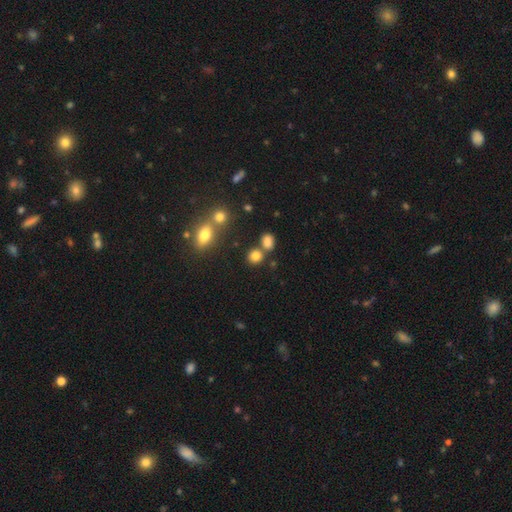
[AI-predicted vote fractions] This appears to be a smooth galaxy with no disk features (80%) that is round (77%). Merging: none (65%).